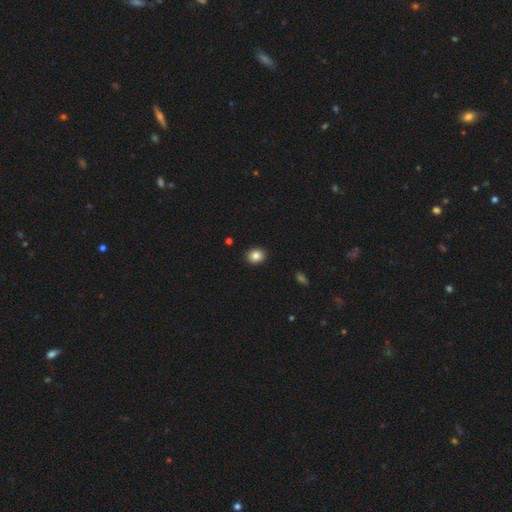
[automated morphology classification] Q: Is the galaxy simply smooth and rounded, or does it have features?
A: smooth — 85%.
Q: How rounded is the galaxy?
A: round — 61%.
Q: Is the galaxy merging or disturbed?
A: none — 91%.